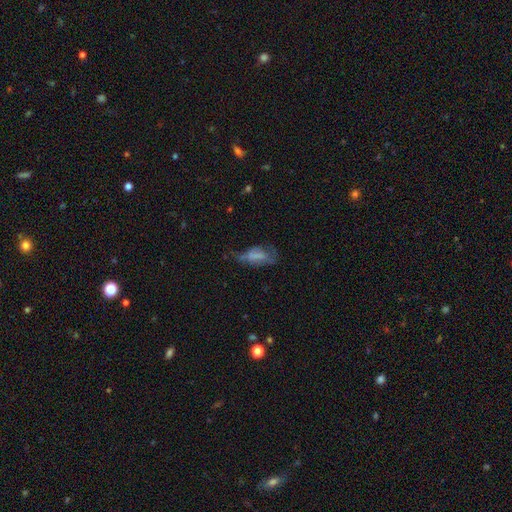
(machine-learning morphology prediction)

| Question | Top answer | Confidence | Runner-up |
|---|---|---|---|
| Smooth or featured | smooth | 56% | featured or disk (32%) |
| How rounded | in between | 80% | cigar-shaped (16%) |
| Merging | major disturbance | 35% | minor disturbance (33%) |